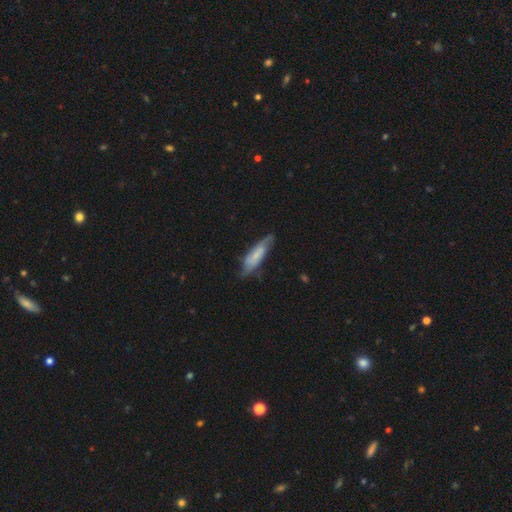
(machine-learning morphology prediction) A featured or disk galaxy (47%). Merging: none (63%).